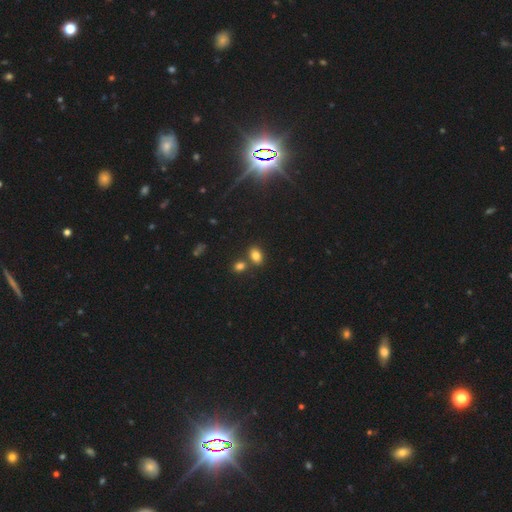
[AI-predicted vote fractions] Smooth or featured?
  - smooth: 81% *
  - star or artifact: 13%
  - featured or disk: 7%
How rounded?
  - in between: 81% *
  - round: 17%
  - cigar-shaped: 2%
Merging?
  - none: 61% *
  - merger: 26%
  - minor disturbance: 10%
  - major disturbance: 3%